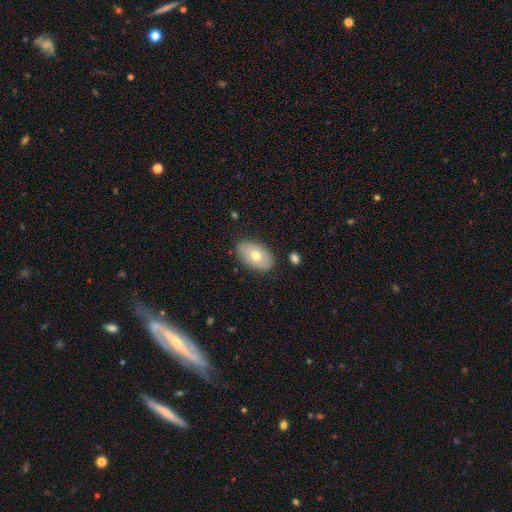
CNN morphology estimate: type=smooth (67%); roundness=in between (92%); merging=none (84%).